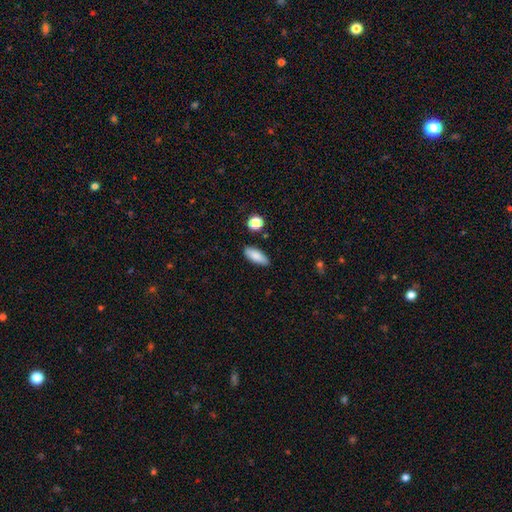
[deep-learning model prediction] Smooth or featured? Predicted: smooth (p=0.84). How rounded? Predicted: in between (p=0.73). Merging? Predicted: none (p=0.84).